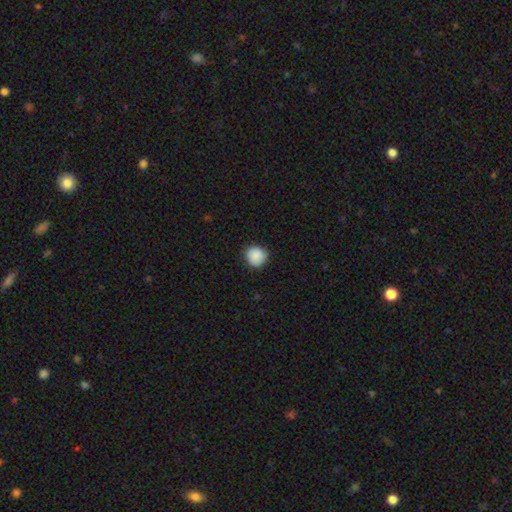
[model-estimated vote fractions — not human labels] smooth 89%, star or artifact 8%, featured or disk 3%. Down the decision tree: how rounded — round (91%); merging — none (86%).